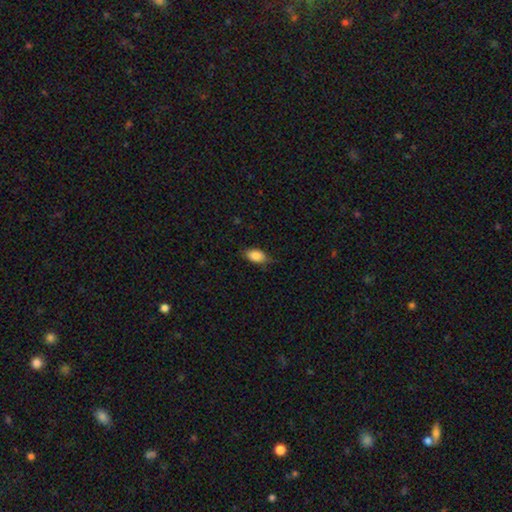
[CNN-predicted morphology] Q: Smooth or featured?
A: smooth (87%); runner-up: star or artifact (7%)
Q: How rounded?
A: in between (90%); runner-up: round (7%)
Q: Merging?
A: none (72%); runner-up: minor disturbance (22%)